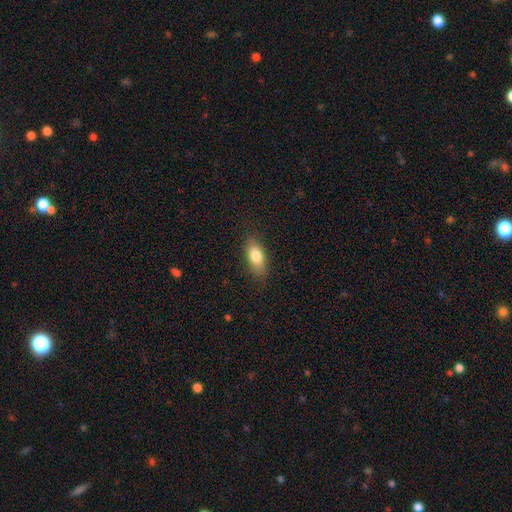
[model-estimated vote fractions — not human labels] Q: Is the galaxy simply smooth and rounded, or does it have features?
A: smooth — 81%.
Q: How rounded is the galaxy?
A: in between — 82%.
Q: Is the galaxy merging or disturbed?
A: none — 83%.